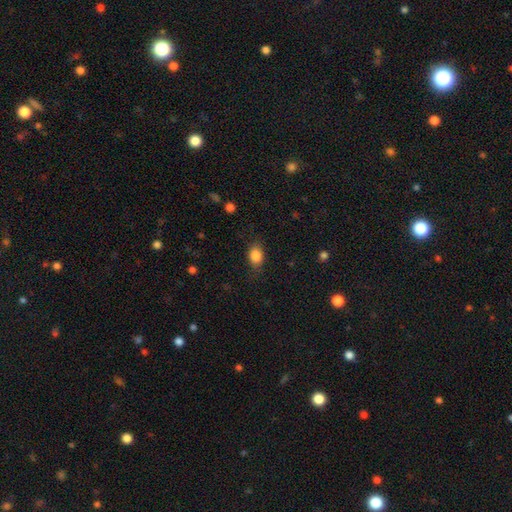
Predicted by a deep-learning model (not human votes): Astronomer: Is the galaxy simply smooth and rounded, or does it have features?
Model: smooth — 85%.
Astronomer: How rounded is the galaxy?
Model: in between — 69%.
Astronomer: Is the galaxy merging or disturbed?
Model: none — 78%.